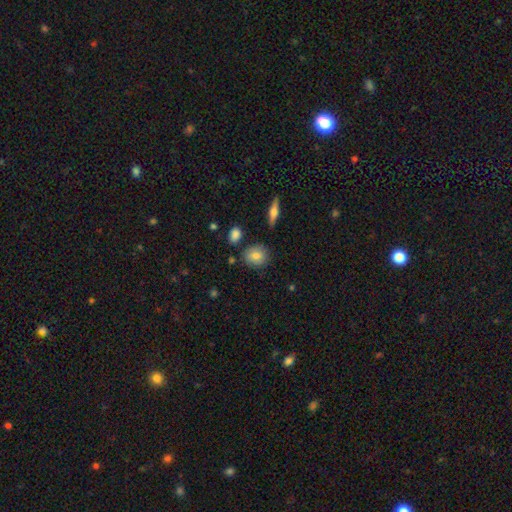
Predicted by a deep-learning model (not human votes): Q: Smooth or featured?
A: smooth (77%); runner-up: featured or disk (15%)
Q: How rounded?
A: round (70%); runner-up: in between (28%)
Q: Merging?
A: none (81%); runner-up: minor disturbance (13%)